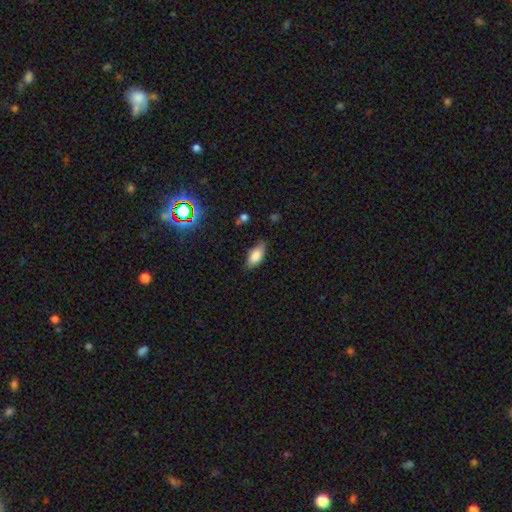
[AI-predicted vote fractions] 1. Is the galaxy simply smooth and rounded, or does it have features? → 84% smooth, 8% featured or disk, 8% star or artifact.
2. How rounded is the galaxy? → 87% in between, 10% cigar-shaped, 3% round.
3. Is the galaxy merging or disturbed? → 78% none, 18% minor disturbance, 3% major disturbance, 1% merger.